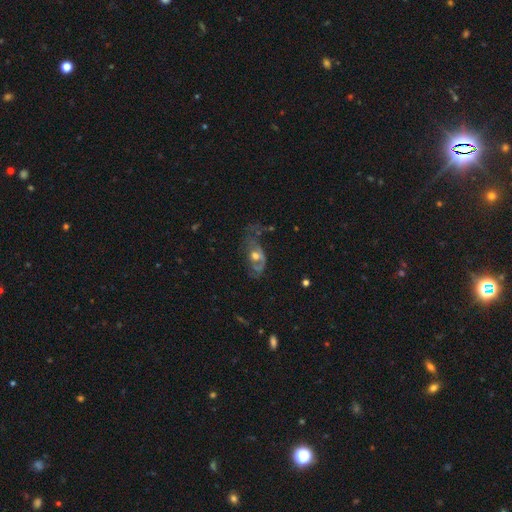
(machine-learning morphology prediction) Overall: featured or disk (61%; smooth 31%). Edge-on disk: no (91%). Bar: no (80%). Spiral arms: yes (51%; no 49%). Bulge size: moderate (70%). Merging: major disturbance (50%; none 24%).